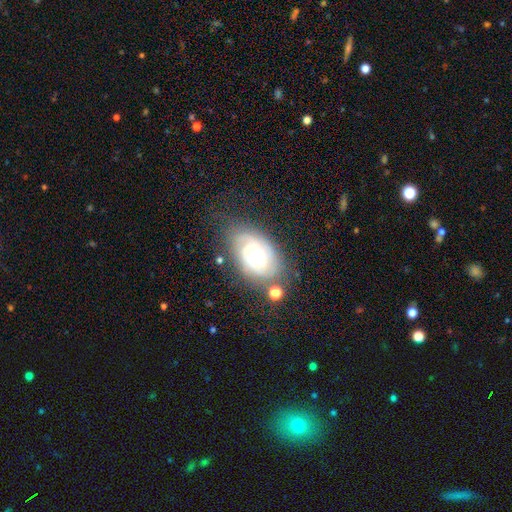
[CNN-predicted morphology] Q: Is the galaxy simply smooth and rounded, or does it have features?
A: featured or disk — 68%.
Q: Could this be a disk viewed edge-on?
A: no — 95%.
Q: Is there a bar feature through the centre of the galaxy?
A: no — 66%.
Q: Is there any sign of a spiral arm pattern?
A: yes — 88%.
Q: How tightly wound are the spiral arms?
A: tight — 62%.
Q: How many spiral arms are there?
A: can't tell — 37%.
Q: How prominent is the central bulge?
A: moderate — 50%.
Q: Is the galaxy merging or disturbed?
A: none — 61%.